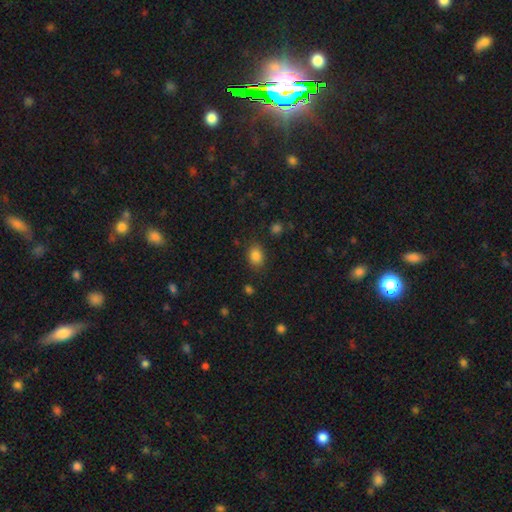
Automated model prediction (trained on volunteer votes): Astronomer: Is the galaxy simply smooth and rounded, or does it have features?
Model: smooth — 84%.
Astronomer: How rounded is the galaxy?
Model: in between — 58% (runner-up: round, 41%).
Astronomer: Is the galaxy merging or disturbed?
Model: none — 81%.